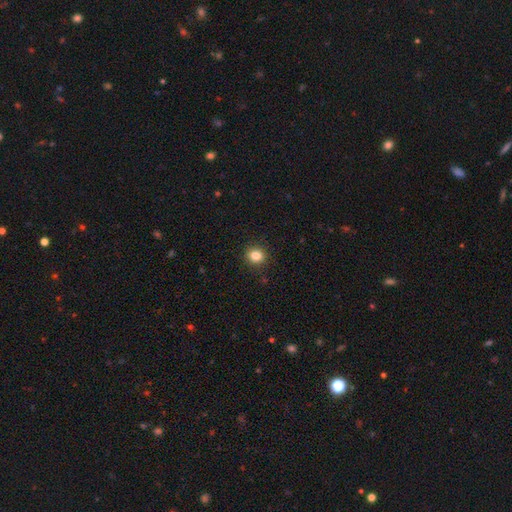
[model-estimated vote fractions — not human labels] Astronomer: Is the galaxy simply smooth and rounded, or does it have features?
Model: smooth — 83%.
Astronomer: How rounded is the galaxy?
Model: round — 76%.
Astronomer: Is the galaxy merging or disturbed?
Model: none — 90%.